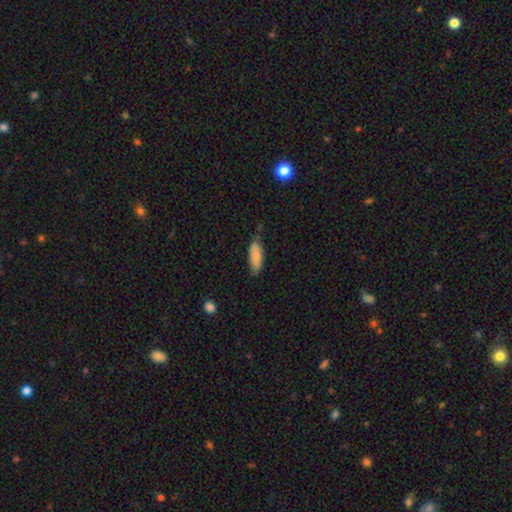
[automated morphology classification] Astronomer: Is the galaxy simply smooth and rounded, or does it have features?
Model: smooth — 81%.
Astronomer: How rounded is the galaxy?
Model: in between — 67%.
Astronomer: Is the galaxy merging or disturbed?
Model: none — 62%.